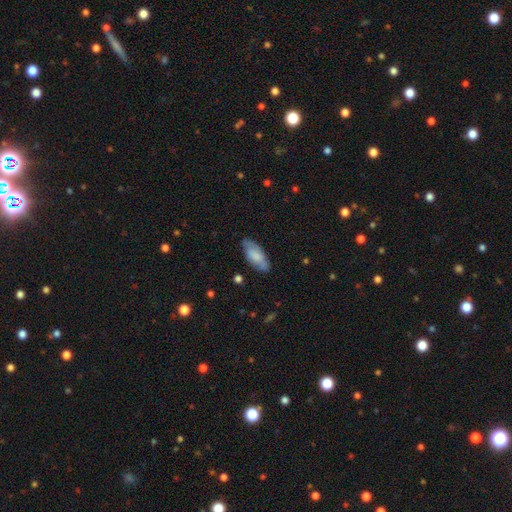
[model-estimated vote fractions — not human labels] Q: Smooth or featured?
A: smooth (67%); runner-up: featured or disk (27%)
Q: How rounded?
A: in between (87%); runner-up: cigar-shaped (12%)
Q: Merging?
A: none (74%); runner-up: minor disturbance (20%)